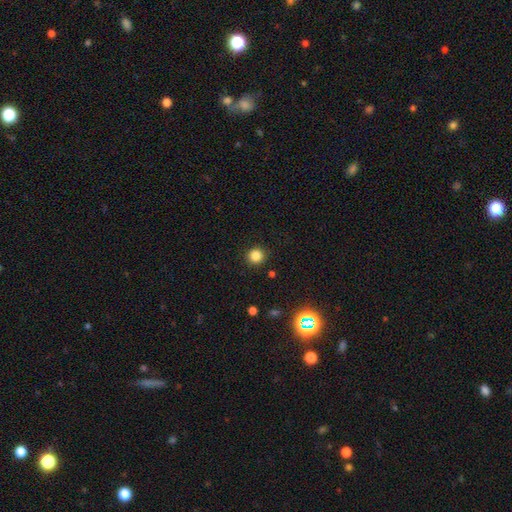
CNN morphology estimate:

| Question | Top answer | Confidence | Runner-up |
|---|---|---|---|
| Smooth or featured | smooth | 84% | star or artifact (13%) |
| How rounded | round | 93% | in between (6%) |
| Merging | none | 92% | minor disturbance (5%) |